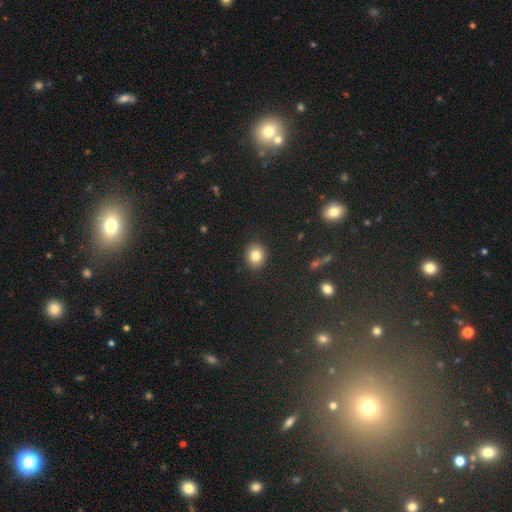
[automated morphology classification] This appears to be a smooth galaxy with no disk features (82%) that is round (64%). Merging: none (90%).